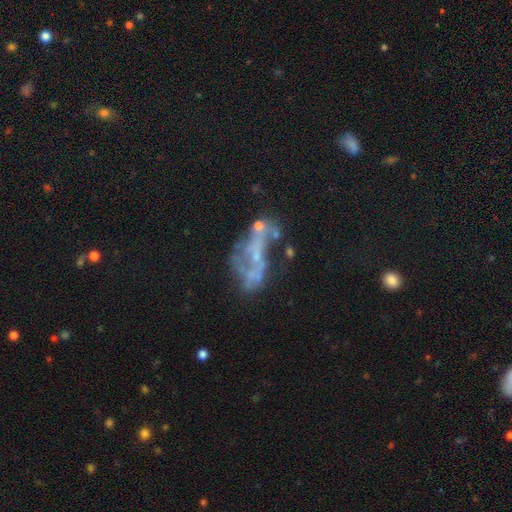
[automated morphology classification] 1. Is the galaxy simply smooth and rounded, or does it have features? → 58% featured or disk, 24% star or artifact, 19% smooth.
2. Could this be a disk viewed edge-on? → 92% no, 8% yes.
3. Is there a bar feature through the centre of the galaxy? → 69% no, 20% weak, 11% strong.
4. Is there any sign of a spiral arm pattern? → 61% no, 39% yes.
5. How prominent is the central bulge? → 58% none, 28% small, 10% moderate, 2% large, 2% dominant.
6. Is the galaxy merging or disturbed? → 33% none, 27% major disturbance, 23% merger, 17% minor disturbance.